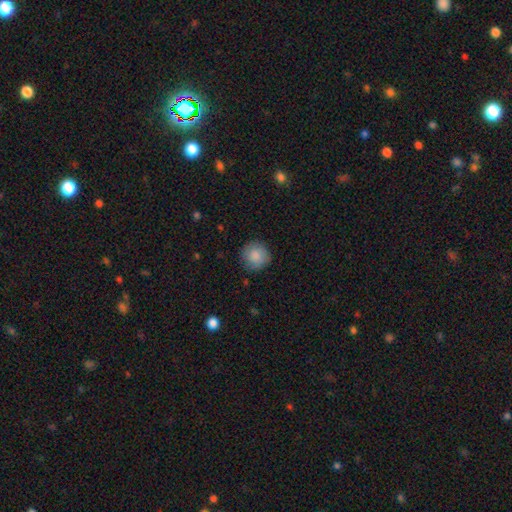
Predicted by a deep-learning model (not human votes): This appears to be a smooth galaxy with no disk features (87%) that is round (94%). Merging: none (86%).